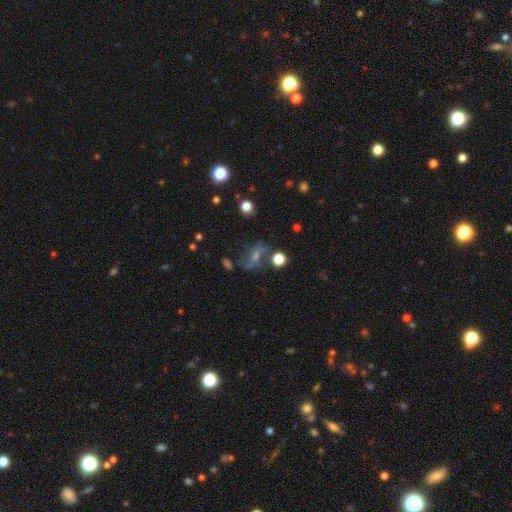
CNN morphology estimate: This appears to be a featured or disk galaxy (50%). Merging: none (62%).